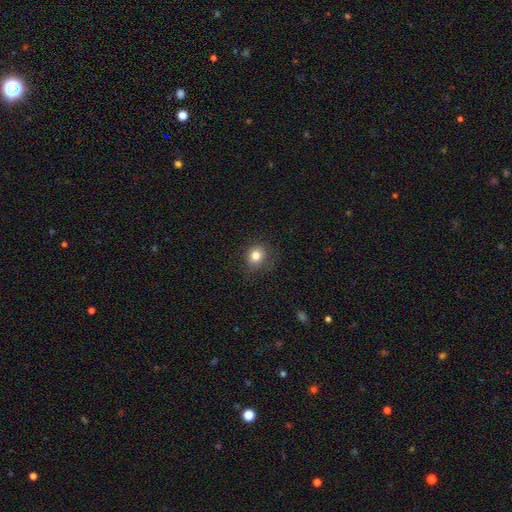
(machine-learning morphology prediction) Smooth or featured? Predicted: smooth (p=0.81). How rounded? Predicted: round (p=0.81). Merging? Predicted: none (p=0.81).